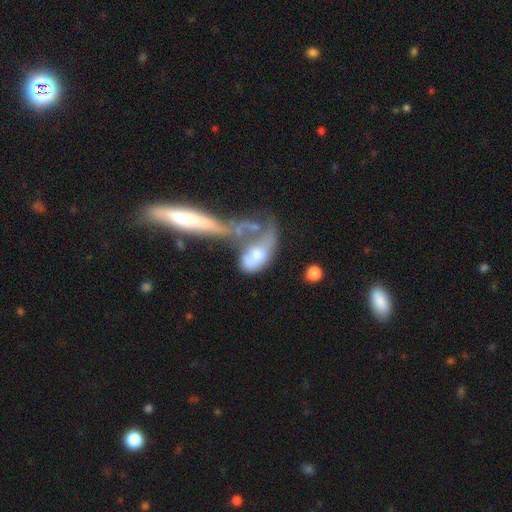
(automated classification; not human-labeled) This appears to be a smooth galaxy with no disk features (51%) that is in between round and cigar-shaped (81%). Merging: merger (61%).